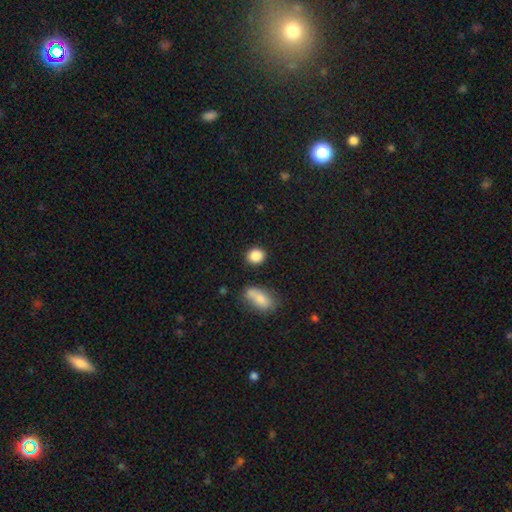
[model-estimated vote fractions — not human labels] Smooth or featured? smooth (87%)
How rounded? round (74%)
Merging? none (84%)